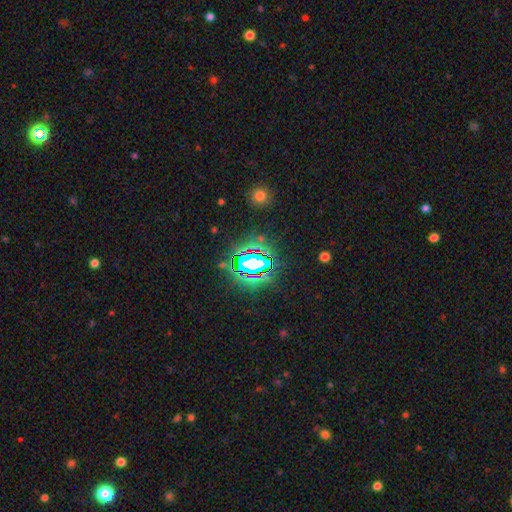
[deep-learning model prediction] This appears to be a star or artifact, not a galaxy (77%).